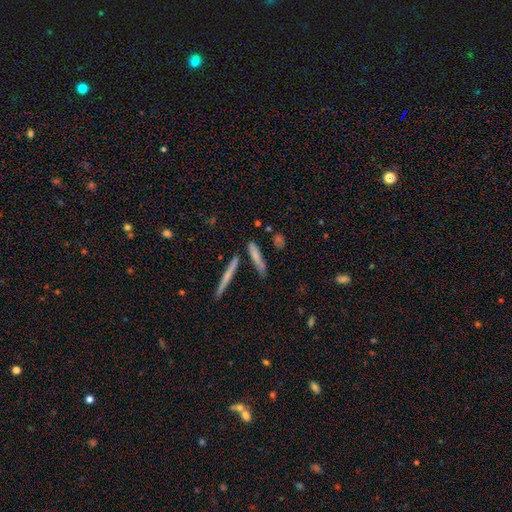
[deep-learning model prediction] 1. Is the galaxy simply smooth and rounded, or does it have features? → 63% smooth, 28% featured or disk, 9% star or artifact.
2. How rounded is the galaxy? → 82% cigar-shaped, 15% in between, 3% round.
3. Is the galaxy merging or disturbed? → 69% none, 16% minor disturbance, 11% merger, 5% major disturbance.